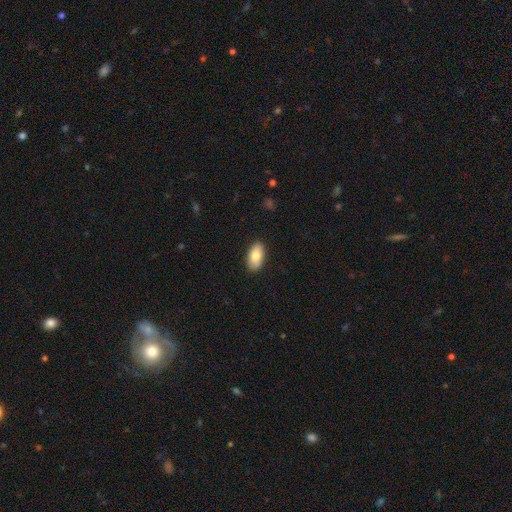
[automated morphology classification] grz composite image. It shows a smooth galaxy with no disk features (78%) that is in between round and cigar-shaped (93%). Merging: none (87%).